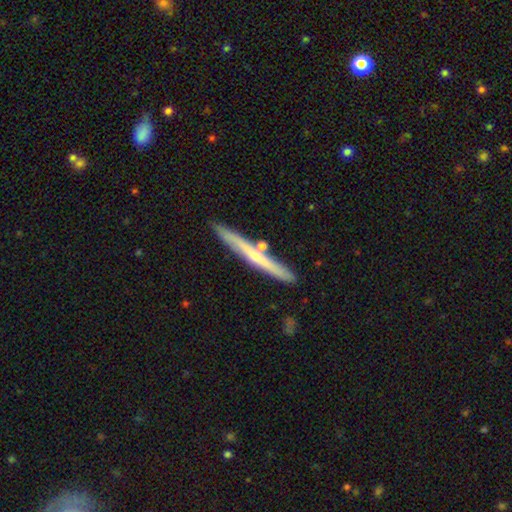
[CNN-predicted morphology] Q: Smooth or featured?
A: featured or disk (49%); runner-up: smooth (44%)
Q: Merging?
A: none (82%); runner-up: minor disturbance (10%)